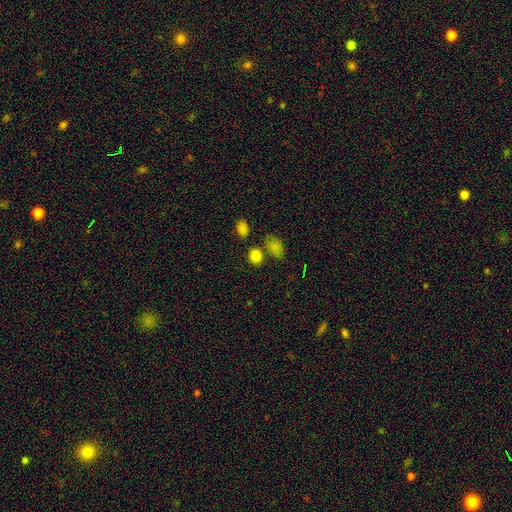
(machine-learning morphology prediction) The model was most divided on "how rounded": round: 53%, in between: 46%, cigar-shaped: 1%. More confident: smooth or featured — smooth (83%); merging — none (68%).